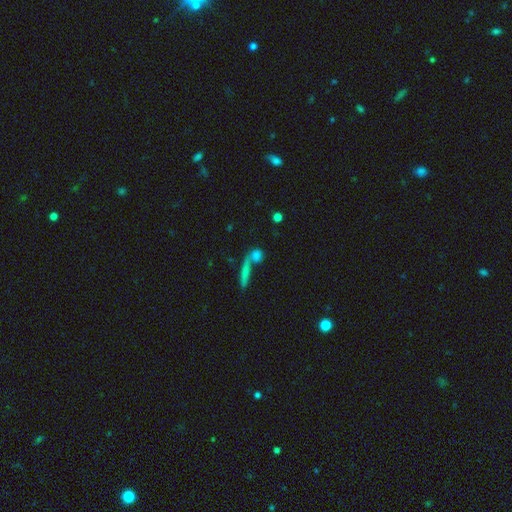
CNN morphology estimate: smooth_or_featured: smooth (p=0.43) [alt: star or artifact p=0.31]
merging: none (p=0.43) [alt: merger p=0.35]